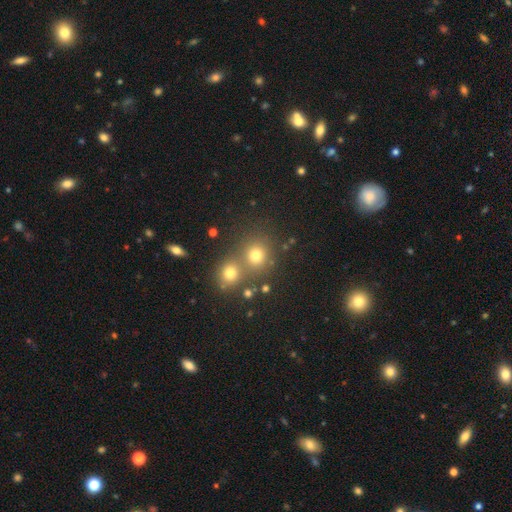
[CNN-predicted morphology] Overall: smooth (71%). How rounded: round (85%). Merging: none (59%; merger 31%).